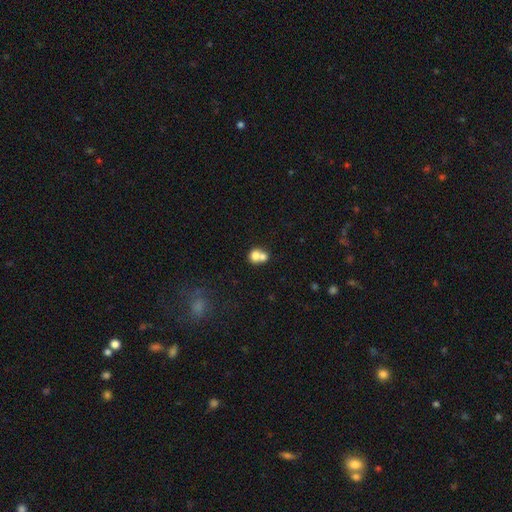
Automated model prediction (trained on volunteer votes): This is likely a smooth galaxy (72%). How rounded: likely round (68%). Merging: likely merger (65%).